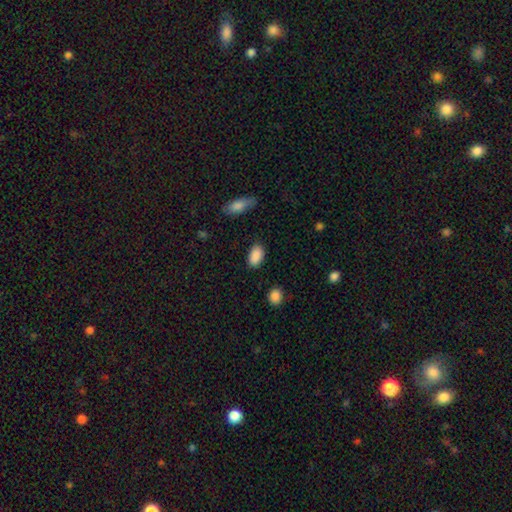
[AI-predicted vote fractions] Smooth or featured: smooth — 89% (star or artifact — 7%)
How rounded: in between — 92% (round — 7%)
Merging: none — 84% (minor disturbance — 11%)